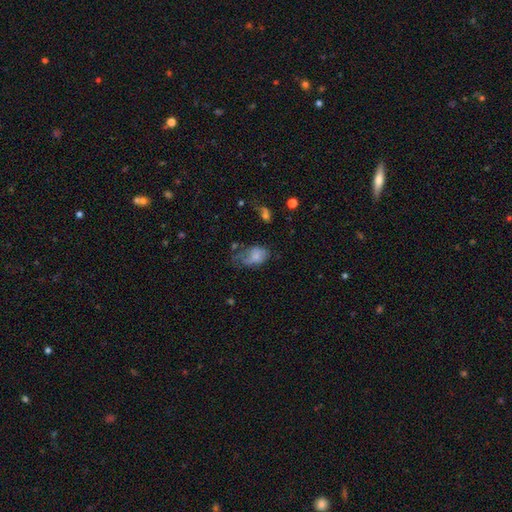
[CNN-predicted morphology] This appears to be a smooth galaxy with no disk features (66%) that is in between round and cigar-shaped (85%). Merging: major disturbance (39%).